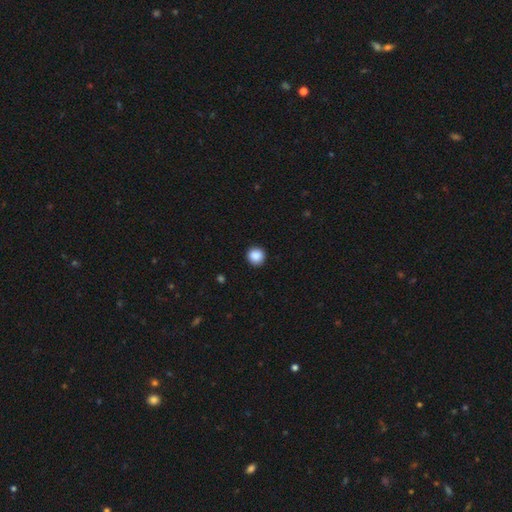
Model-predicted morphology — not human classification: The model was most divided on "smooth or featured": smooth: 88%, star or artifact: 9%, featured or disk: 3%. More confident: how rounded — round (93%); merging — none (91%).